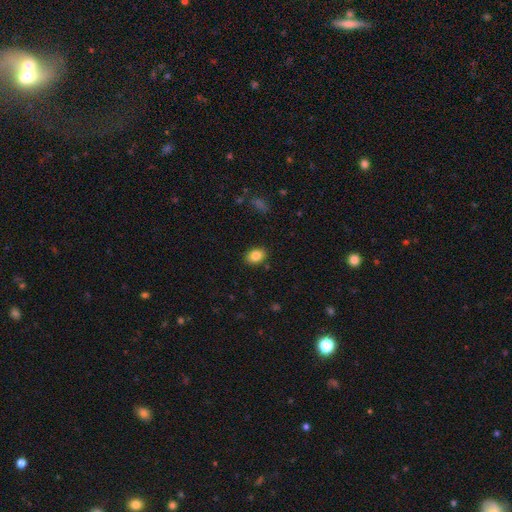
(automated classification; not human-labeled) smooth-or-featured: smooth: 85% | star or artifact: 8% | featured or disk: 7%
  how-rounded: in between: 74% | round: 25% | cigar-shaped: 1%
  merging: none: 87% | minor disturbance: 9% | major disturbance: 2% | merger: 1%